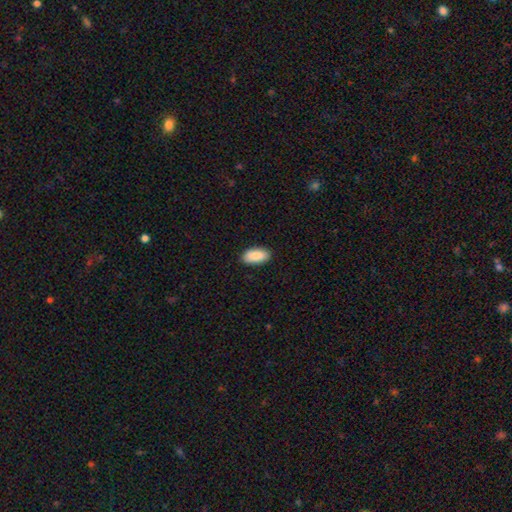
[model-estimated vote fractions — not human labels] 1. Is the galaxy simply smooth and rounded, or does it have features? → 88% smooth, 6% star or artifact, 6% featured or disk.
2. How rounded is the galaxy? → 92% in between, 5% cigar-shaped, 2% round.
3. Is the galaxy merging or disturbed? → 89% none, 8% minor disturbance, 2% major disturbance, 1% merger.